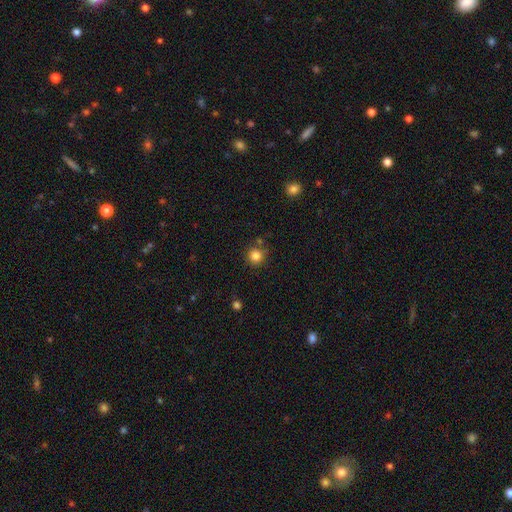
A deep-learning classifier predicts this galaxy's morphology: A smooth galaxy with no disk features (84%) that is round (93%). Merging: none (79%).